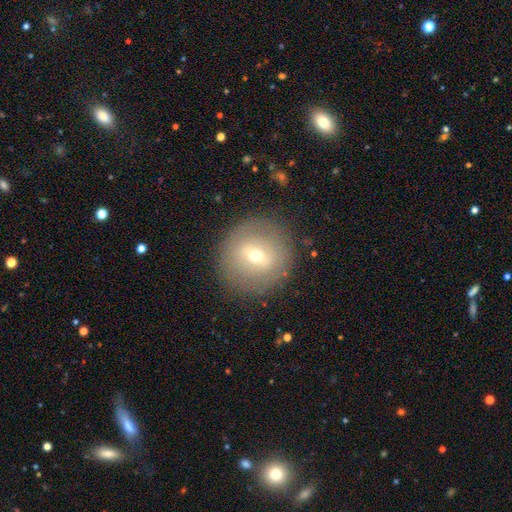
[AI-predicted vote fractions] Morphology: type=smooth (50%); roundness=round (94%); merging=none (87%).